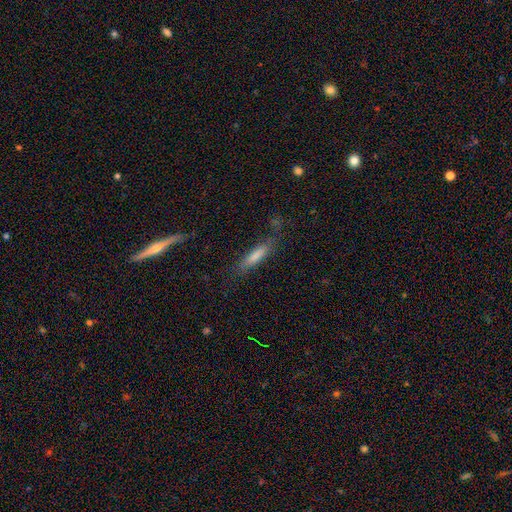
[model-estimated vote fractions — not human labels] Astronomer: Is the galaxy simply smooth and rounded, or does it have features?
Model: smooth — 77%.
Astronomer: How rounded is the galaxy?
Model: cigar-shaped — 76%.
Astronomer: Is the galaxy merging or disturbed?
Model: none — 72%.